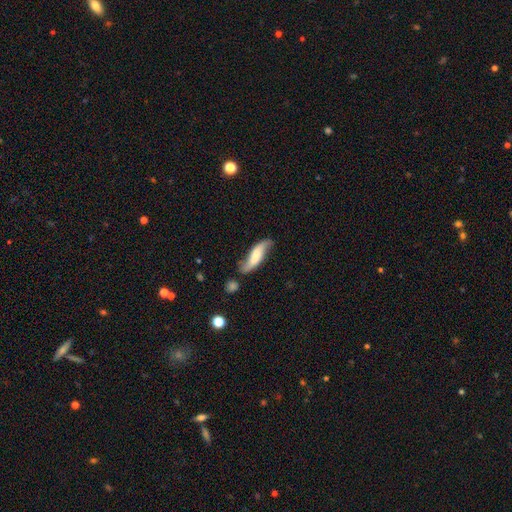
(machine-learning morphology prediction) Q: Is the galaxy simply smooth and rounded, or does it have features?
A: featured or disk — 55%.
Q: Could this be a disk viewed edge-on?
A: no — 76%.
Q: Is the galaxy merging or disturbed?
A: none — 63%.